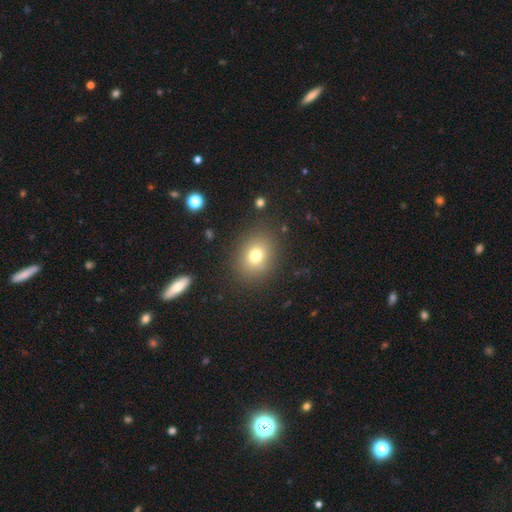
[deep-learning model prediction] This appears to be a smooth galaxy with no disk features (75%) that is round (58%). Merging: none (85%).